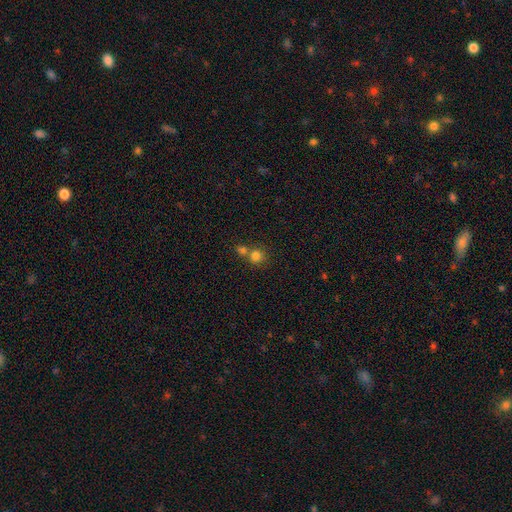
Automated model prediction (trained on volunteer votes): Smooth or featured? smooth (79%)
How rounded? round (89%)
Merging? none (49%)